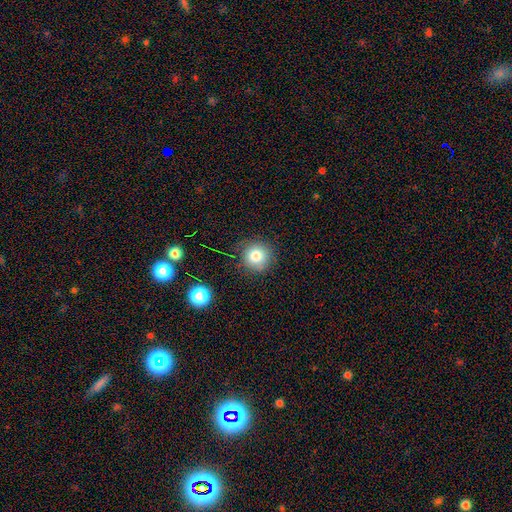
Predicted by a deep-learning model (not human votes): Q: Smooth or featured?
A: smooth (79%); runner-up: star or artifact (13%)
Q: How rounded?
A: round (94%); runner-up: in between (5%)
Q: Merging?
A: none (83%); runner-up: minor disturbance (11%)